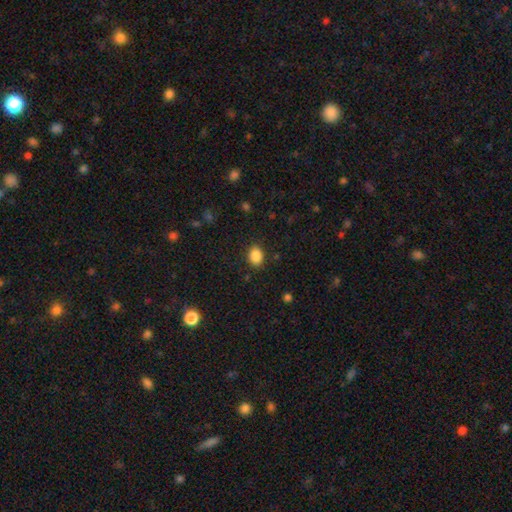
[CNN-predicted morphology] Smooth or featured? Predicted: smooth (p=0.87). How rounded? Predicted: in between (p=0.63). Merging? Predicted: none (p=0.86).